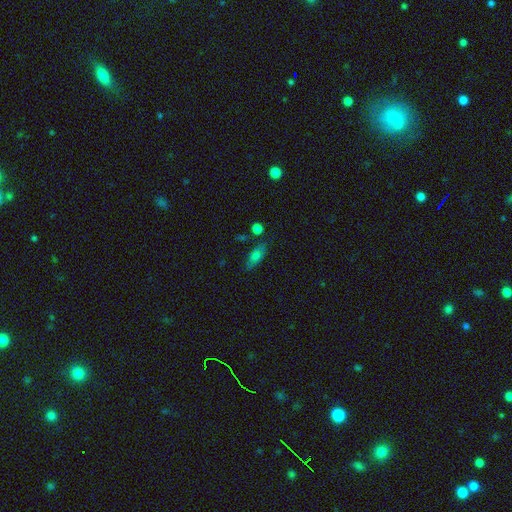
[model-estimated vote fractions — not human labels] A smooth galaxy with no disk features (67%) that is in between round and cigar-shaped (68%). Merging: none (76%).